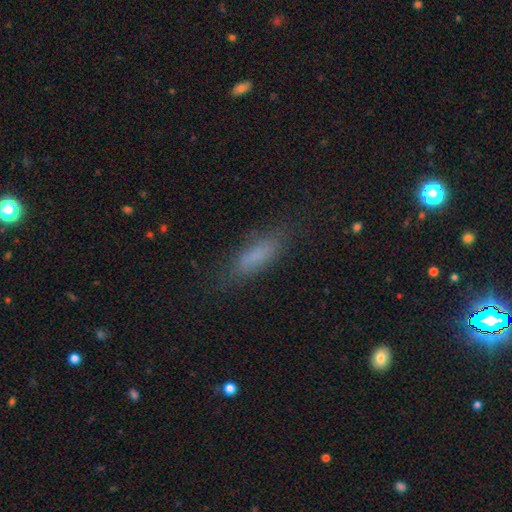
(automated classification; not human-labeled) smooth_or_featured: smooth (p=0.78) [alt: featured or disk p=0.12]
how_rounded: in between (p=0.52) [alt: cigar-shaped p=0.45]
merging: none (p=0.79) [alt: minor disturbance p=0.15]